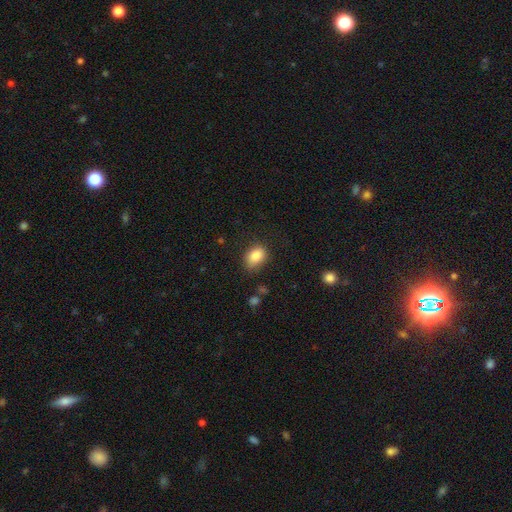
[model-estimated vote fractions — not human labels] Smooth or featured: smooth — 85% (star or artifact — 9%)
How rounded: in between — 72% (round — 26%)
Merging: none — 72% (minor disturbance — 20%)